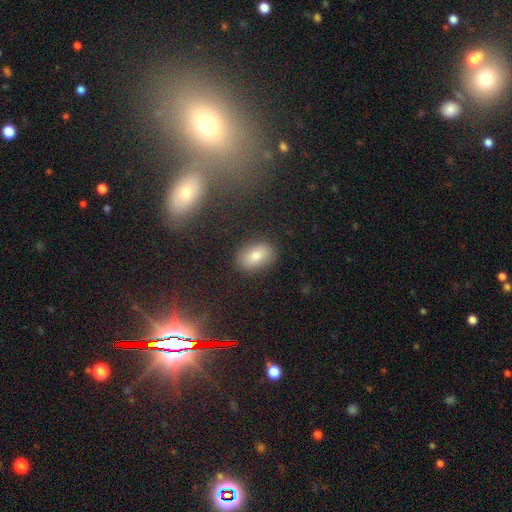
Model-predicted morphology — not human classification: Q: Smooth or featured?
A: smooth (79%); runner-up: featured or disk (11%)
Q: How rounded?
A: in between (82%); runner-up: round (16%)
Q: Merging?
A: none (86%); runner-up: minor disturbance (10%)